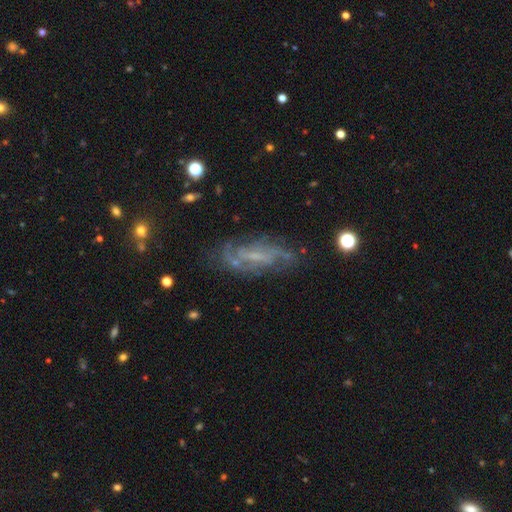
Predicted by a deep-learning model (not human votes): Q: Smooth or featured?
A: featured or disk (73%); runner-up: smooth (16%)
Q: Edge-on disk?
A: no (83%); runner-up: yes (17%)
Q: Bar?
A: weak (43%); runner-up: no (40%)
Q: Spiral arms?
A: yes (82%); runner-up: no (18%)
Q: Bulge size?
A: small (55%); runner-up: none (26%)
Q: Merging?
A: none (69%); runner-up: minor disturbance (19%)